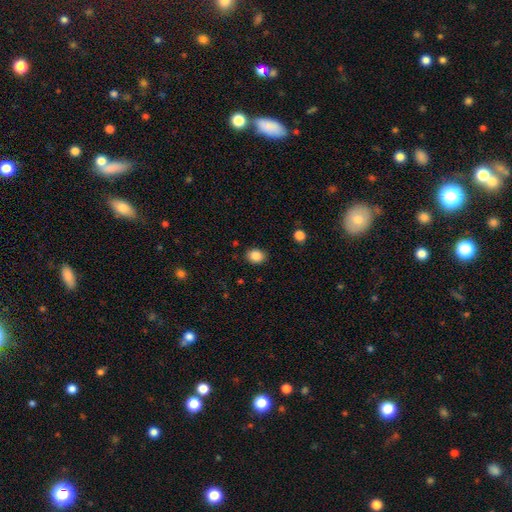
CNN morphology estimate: Q: Smooth or featured?
A: smooth (86%); runner-up: star or artifact (9%)
Q: How rounded?
A: round (54%); runner-up: in between (46%)
Q: Merging?
A: none (87%); runner-up: minor disturbance (9%)